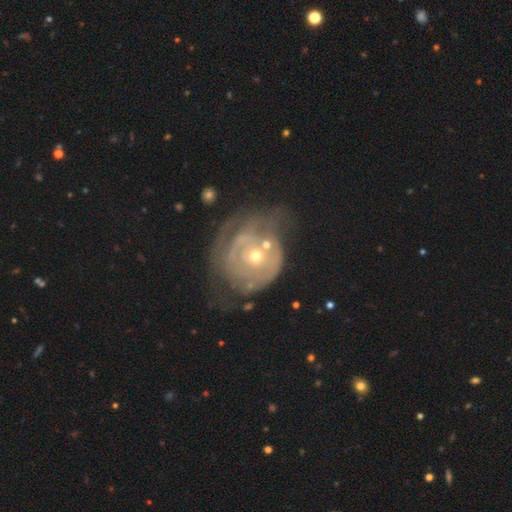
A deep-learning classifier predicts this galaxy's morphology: featured or disk 74%, smooth 19%, star or artifact 8%. Down the decision tree: edge-on disk — no (97%); bar — no (82%); spiral arms — yes (63%); bulge size — small (53%); merging — none (36%).